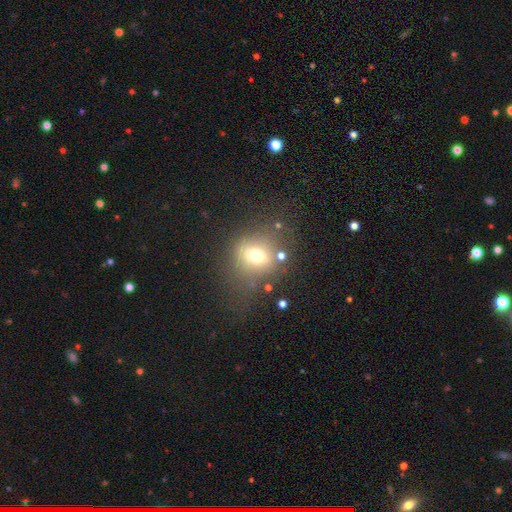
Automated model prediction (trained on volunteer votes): Smooth or featured: smooth — 65% (featured or disk — 20%)
How rounded: round — 55% (in between — 43%)
Merging: none — 62% (minor disturbance — 17%)